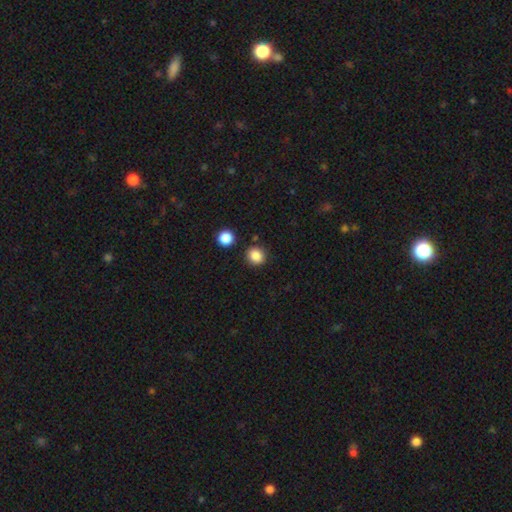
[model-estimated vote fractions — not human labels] This appears to be a smooth galaxy with no disk features (85%) that is round (84%). Merging: none (86%).